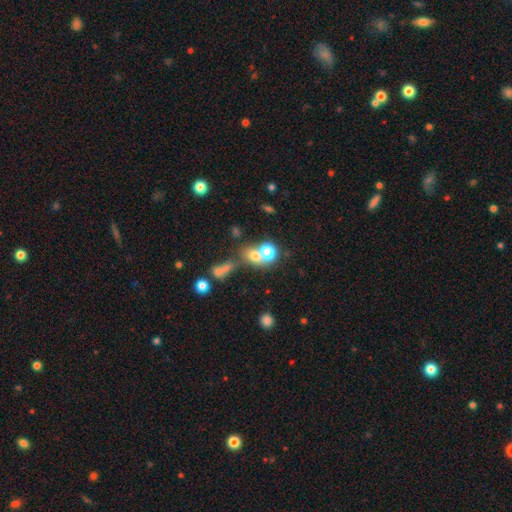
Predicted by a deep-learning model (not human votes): Overall: smooth (66%). How rounded: round (65%; in between 32%). Merging: merger (51%; none 34%).